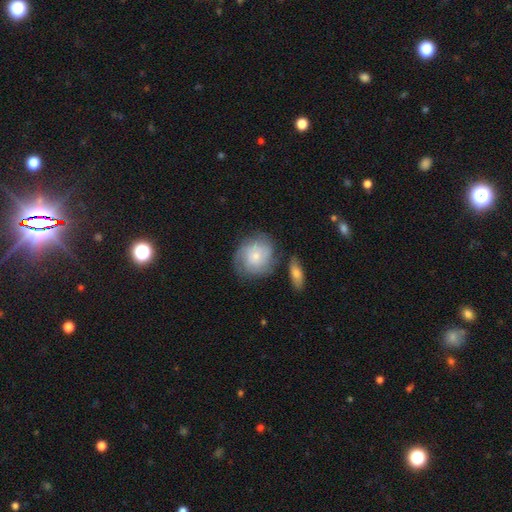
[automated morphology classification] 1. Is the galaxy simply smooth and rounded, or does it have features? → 50% smooth, 44% featured or disk, 6% star or artifact.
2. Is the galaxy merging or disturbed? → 64% none, 19% minor disturbance, 9% merger, 8% major disturbance.